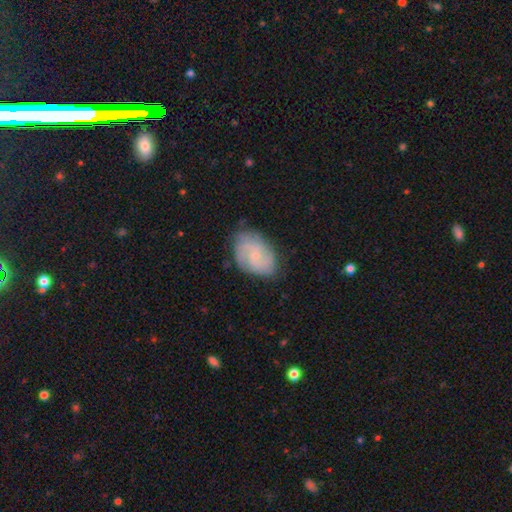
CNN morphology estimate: Smooth or featured: featured or disk — 65% (smooth — 29%)
Edge-on disk: no — 97% (yes — 3%)
Bar: no — 70% (weak — 27%)
Spiral arms: yes — 90% (no — 10%)
Spiral winding: tight — 46% (medium — 40%)
Spiral arm count: 2 — 38% (can't tell — 31%)
Bulge size: small — 77% (moderate — 15%)
Merging: none — 72% (minor disturbance — 21%)